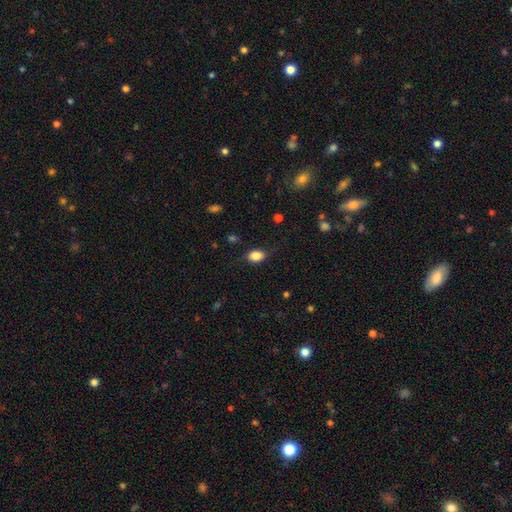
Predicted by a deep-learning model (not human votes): Smooth or featured: smooth — 85% (star or artifact — 9%)
How rounded: in between — 76% (round — 23%)
Merging: none — 78% (minor disturbance — 16%)